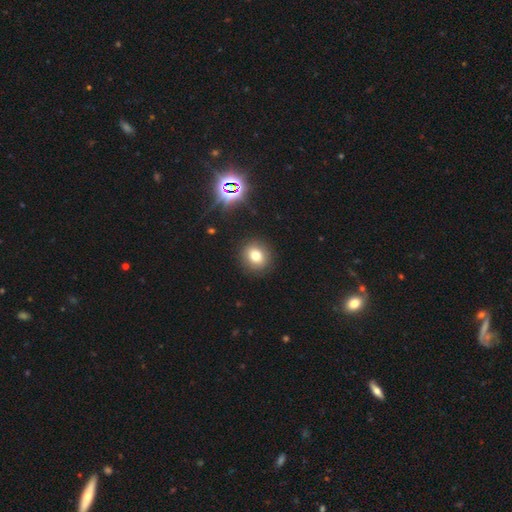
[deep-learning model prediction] The model was most divided on "smooth or featured": smooth: 74%, star or artifact: 16%, featured or disk: 10%. More confident: merging — none (90%); how rounded — round (84%).